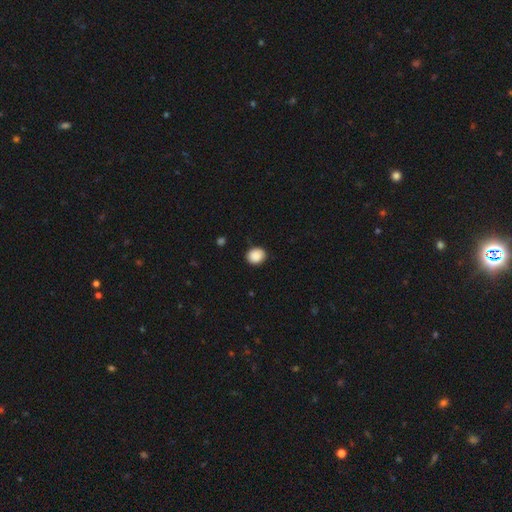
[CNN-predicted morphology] This appears to be a smooth galaxy with no disk features (89%) that is round (67%). Merging: none (85%).